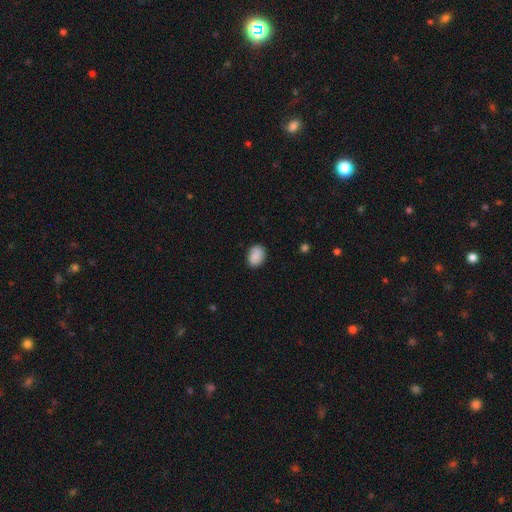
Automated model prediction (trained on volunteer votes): Overall: smooth (86%). How rounded: in between (71%). Merging: none (83%).